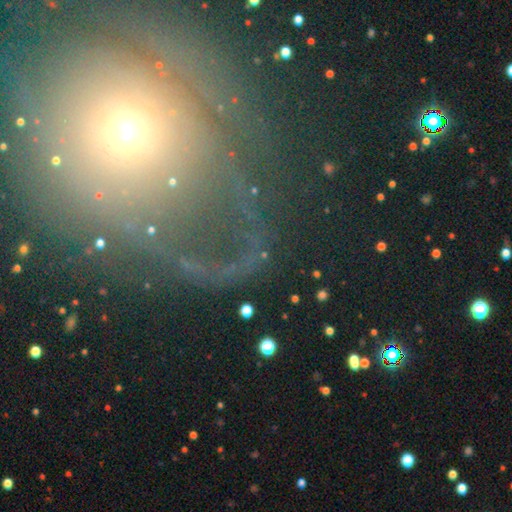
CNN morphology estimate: This is marginally a star or artifact rather than a galaxy (37%).